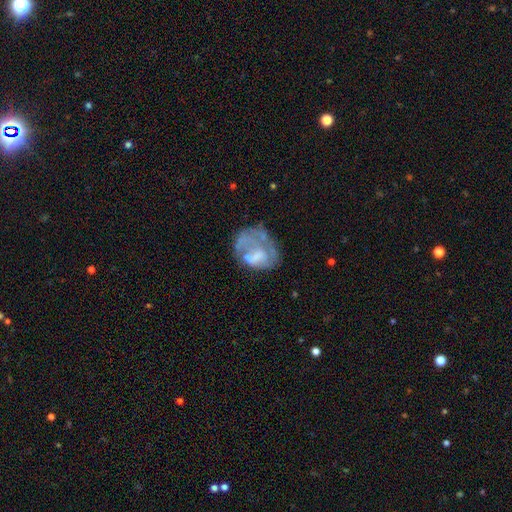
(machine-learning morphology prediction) Overall: featured or disk (56%; smooth 35%). Edge-on disk: no (98%). Bar: no (74%). Spiral arms: no (70%). Bulge size: none (48%; moderate 24%). Merging: none (36%; major disturbance 33%).